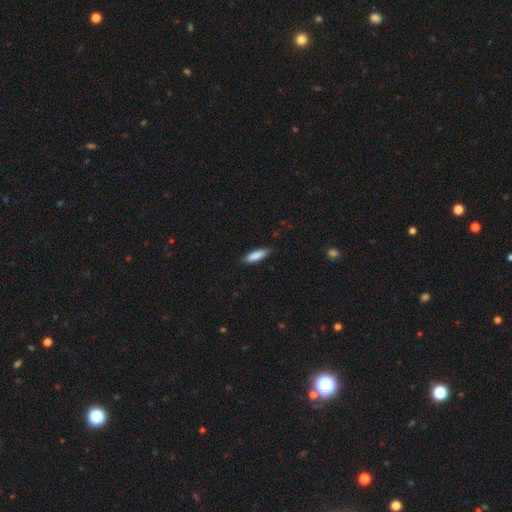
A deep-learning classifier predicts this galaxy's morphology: This is clearly a smooth galaxy (86%). How rounded: possibly cigar-shaped (59%). Merging: clearly none (84%).